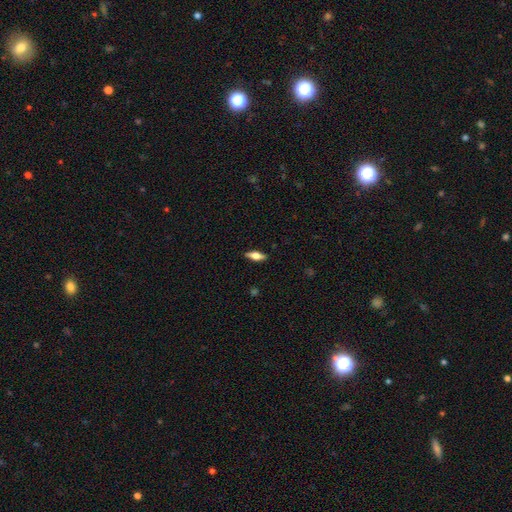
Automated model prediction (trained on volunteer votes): Smooth or featured? Predicted: smooth (p=0.55). How rounded? Predicted: in between (p=0.63). Merging? Predicted: none (p=0.89).